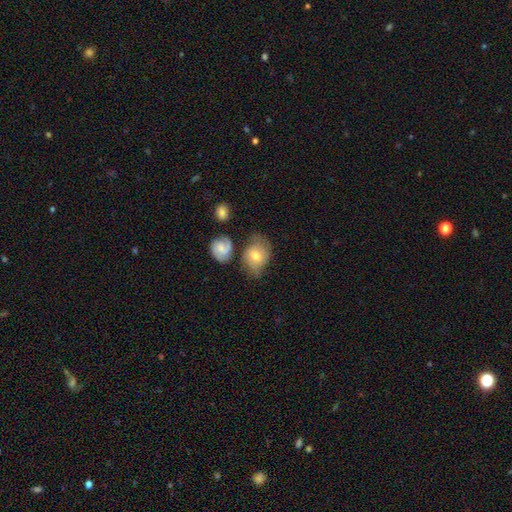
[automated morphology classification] Smooth or featured: smooth — 56% (featured or disk — 37%)
How rounded: in between — 60% (round — 39%)
Merging: none — 50% (minor disturbance — 27%)